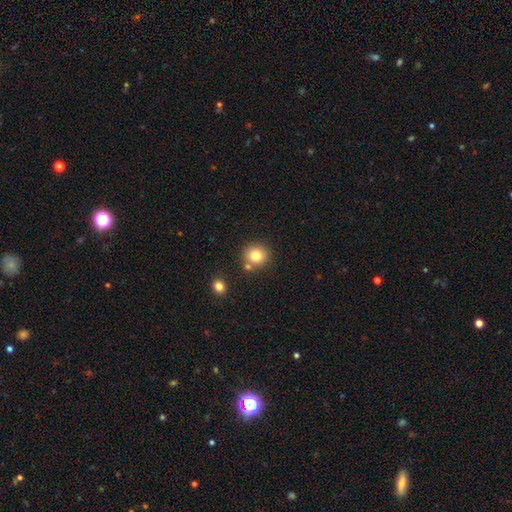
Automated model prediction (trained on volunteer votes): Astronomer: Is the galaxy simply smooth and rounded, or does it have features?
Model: smooth — 80%.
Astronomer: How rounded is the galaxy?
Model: round — 89%.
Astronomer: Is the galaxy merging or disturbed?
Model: none — 75%.